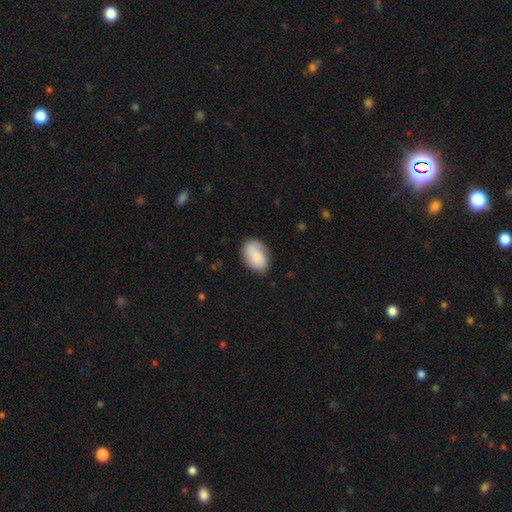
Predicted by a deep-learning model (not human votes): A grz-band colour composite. It shows a smooth galaxy with no disk features (78%) that is in between round and cigar-shaped (87%). Merging: none (73%).